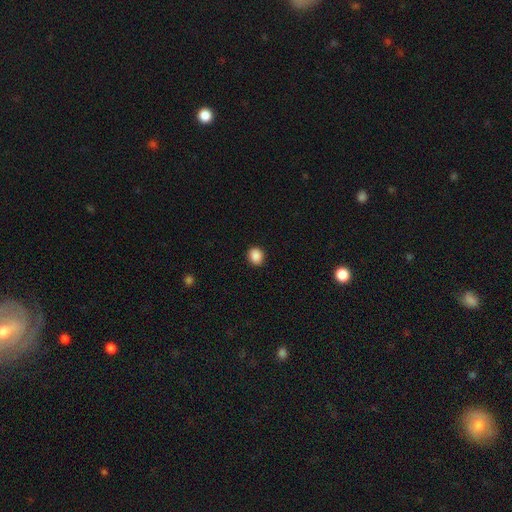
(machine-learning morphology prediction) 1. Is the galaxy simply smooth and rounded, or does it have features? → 88% smooth, 9% star or artifact, 3% featured or disk.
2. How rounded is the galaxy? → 69% round, 30% in between, 1% cigar-shaped.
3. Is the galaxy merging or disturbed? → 89% none, 8% minor disturbance, 2% major disturbance, 1% merger.